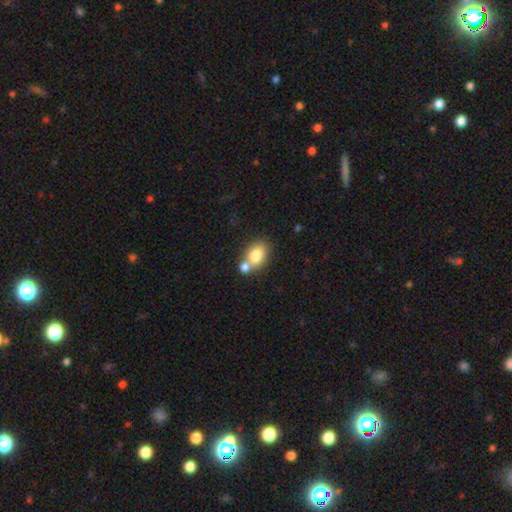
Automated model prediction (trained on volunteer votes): Smooth or featured? smooth (80%)
How rounded? in between (72%)
Merging? none (46%)